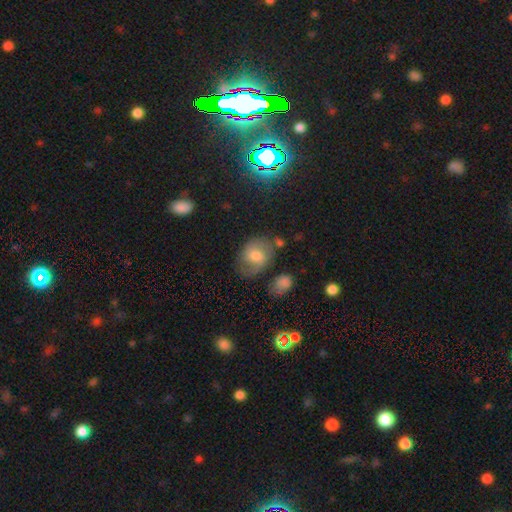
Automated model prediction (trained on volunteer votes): This is possibly a smooth galaxy (50%). Merging: likely none (61%).